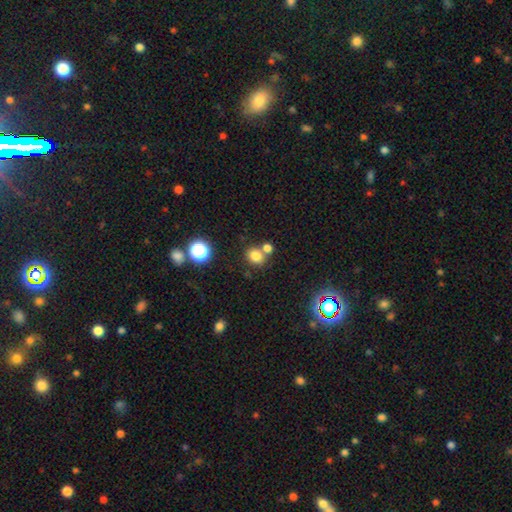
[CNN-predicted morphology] Smooth or featured? smooth (79%)
How rounded? round (70%)
Merging? none (60%)